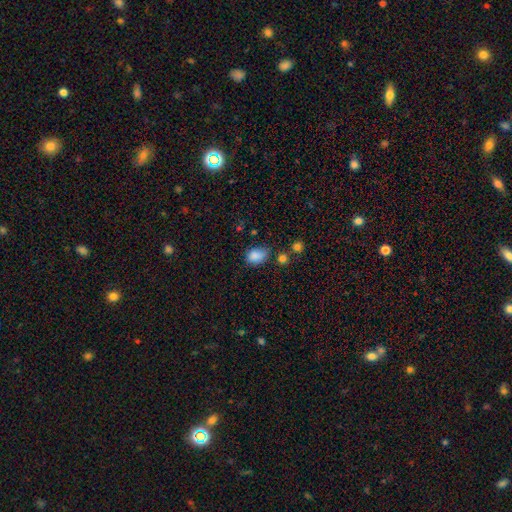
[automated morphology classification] This appears to be a smooth galaxy with no disk features (84%) that is in between round and cigar-shaped (72%). Merging: none (53%).